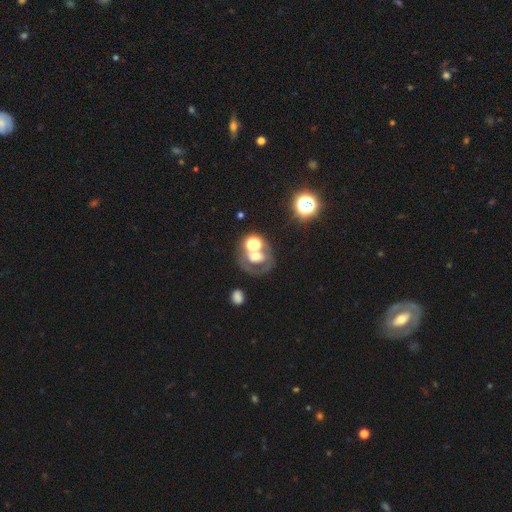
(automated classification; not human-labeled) This appears to be a featured or disk galaxy (49%). Merging: none (47%).